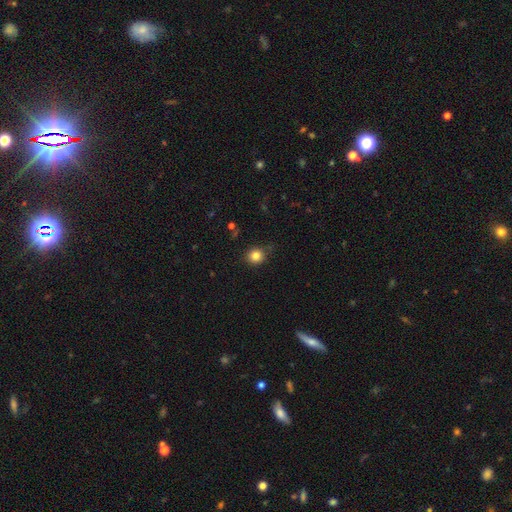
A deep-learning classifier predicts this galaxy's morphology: Smooth or featured?
  - smooth: 83% *
  - star or artifact: 12%
  - featured or disk: 5%
How rounded?
  - round: 89% *
  - in between: 10%
  - cigar-shaped: 1%
Merging?
  - none: 83% *
  - minor disturbance: 12%
  - major disturbance: 3%
  - merger: 2%